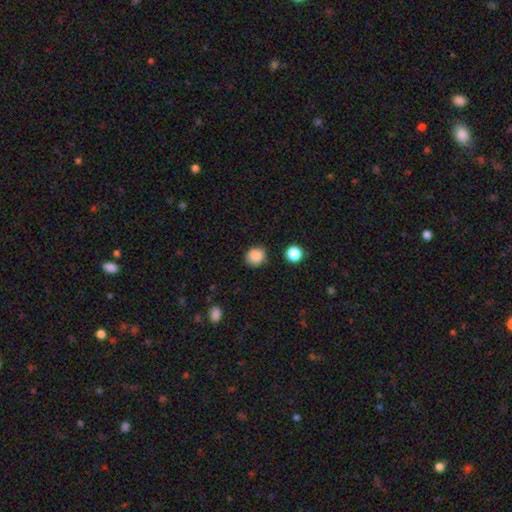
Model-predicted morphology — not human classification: Smooth or featured?
  - smooth: 86% *
  - star or artifact: 10%
  - featured or disk: 4%
How rounded?
  - round: 79% *
  - in between: 20%
  - cigar-shaped: 1%
Merging?
  - none: 83% *
  - minor disturbance: 11%
  - major disturbance: 3%
  - merger: 2%